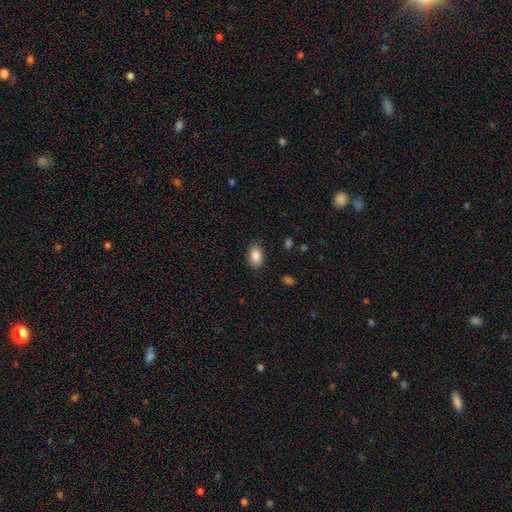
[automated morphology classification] The model was most divided on "merging": none: 86%, minor disturbance: 10%, major disturbance: 3%, merger: 1%. More confident: how rounded — in between (90%); smooth or featured — smooth (87%).